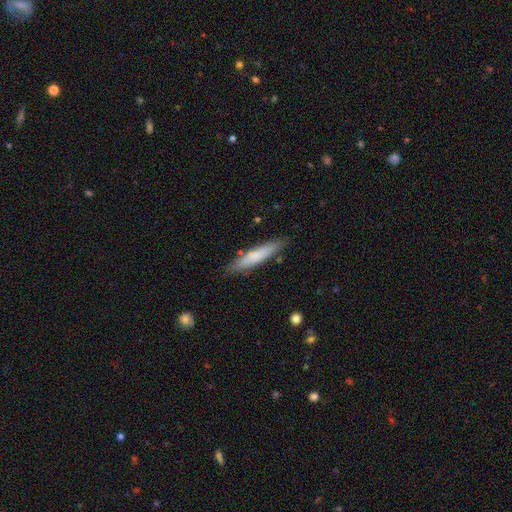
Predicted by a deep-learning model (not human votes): This is likely a smooth galaxy (71%). How rounded: clearly cigar-shaped (89%). Merging: clearly none (85%).